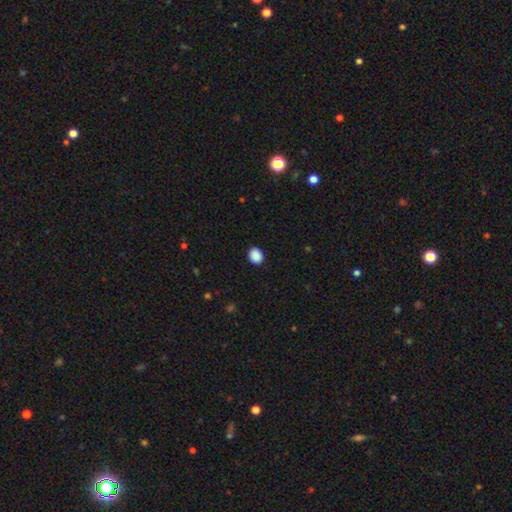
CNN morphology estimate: Smooth or featured? smooth (90%)
How rounded? round (57%)
Merging? none (91%)